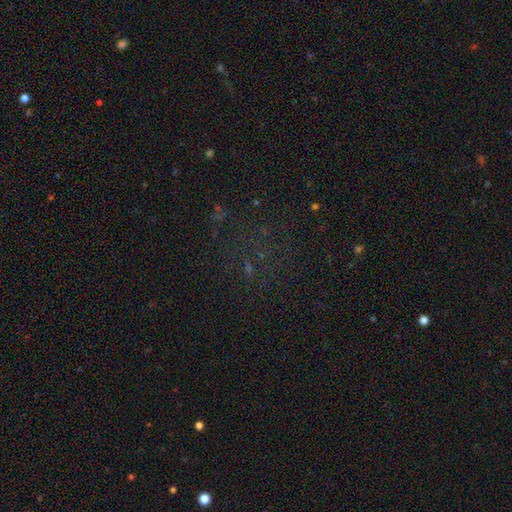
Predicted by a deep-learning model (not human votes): Overall: star or artifact (67%).